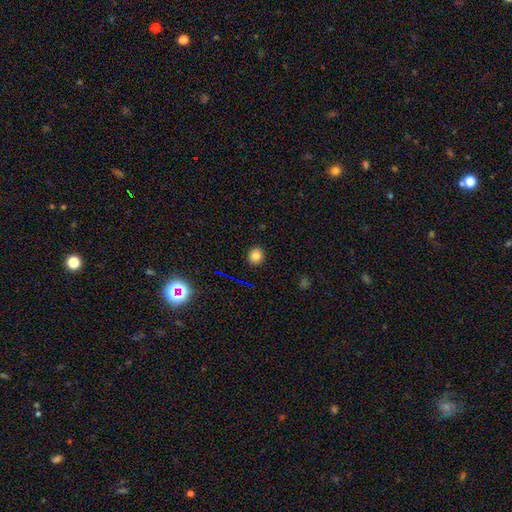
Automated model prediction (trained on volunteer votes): Smooth or featured? smooth (80%)
How rounded? round (85%)
Merging? none (91%)